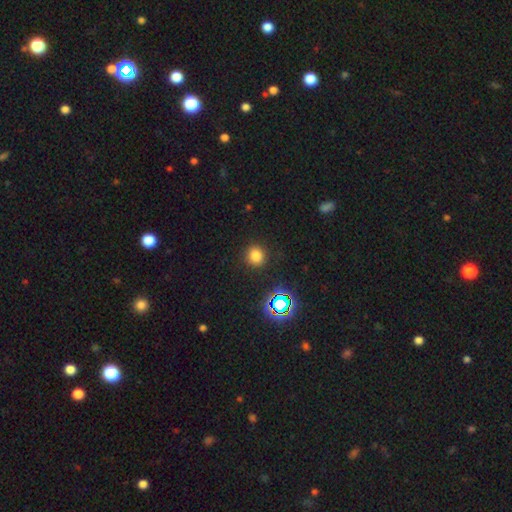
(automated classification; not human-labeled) Morphology: type=smooth (75%); roundness=round (87%); merging=none (89%).